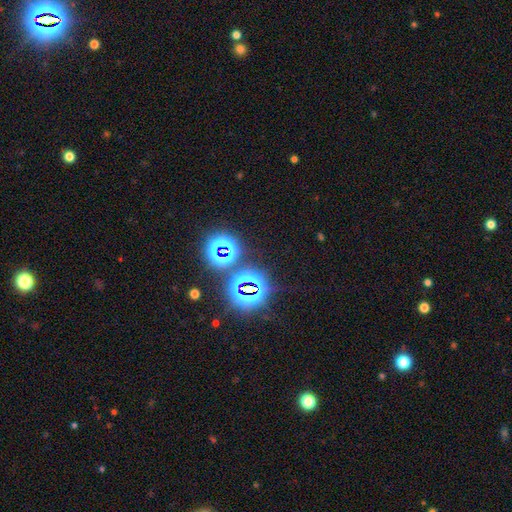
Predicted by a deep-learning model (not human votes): Q: Smooth or featured?
A: star or artifact (79%); runner-up: smooth (13%)